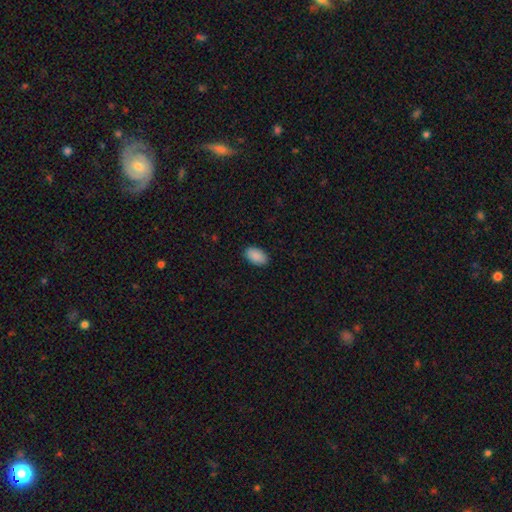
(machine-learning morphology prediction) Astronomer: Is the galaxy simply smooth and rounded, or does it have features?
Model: smooth — 91%.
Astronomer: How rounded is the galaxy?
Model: in between — 94%.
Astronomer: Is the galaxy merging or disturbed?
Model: none — 90%.